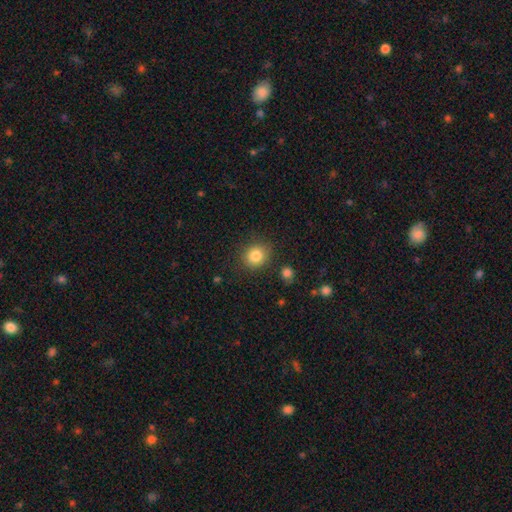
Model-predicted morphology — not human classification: type=smooth (83%); roundness=round (81%); merging=none (85%).